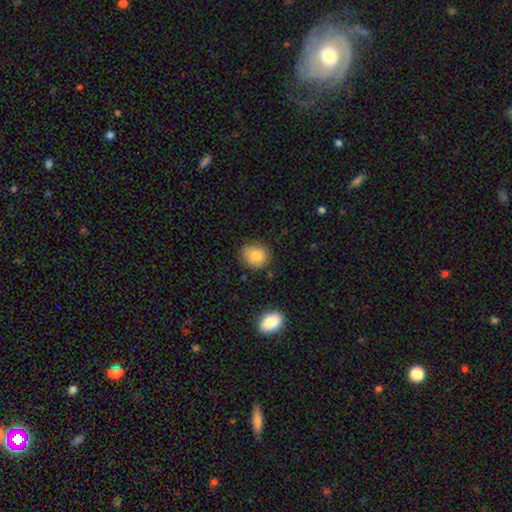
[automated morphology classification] smooth_or_featured: smooth (p=0.84) [alt: star or artifact p=0.09]
how_rounded: round (p=0.71) [alt: in between p=0.28]
merging: none (p=0.76) [alt: minor disturbance p=0.18]